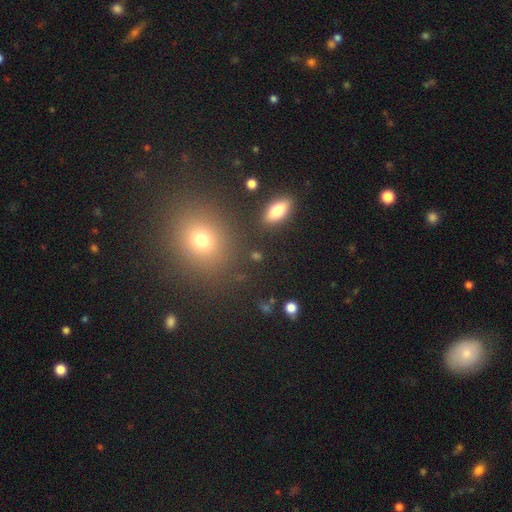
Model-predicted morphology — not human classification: Smooth or featured?
  - smooth: 59% *
  - star or artifact: 30%
  - featured or disk: 11%
How rounded?
  - round: 54% *
  - in between: 43%
  - cigar-shaped: 3%
Merging?
  - none: 85% *
  - minor disturbance: 7%
  - merger: 5%
  - major disturbance: 3%